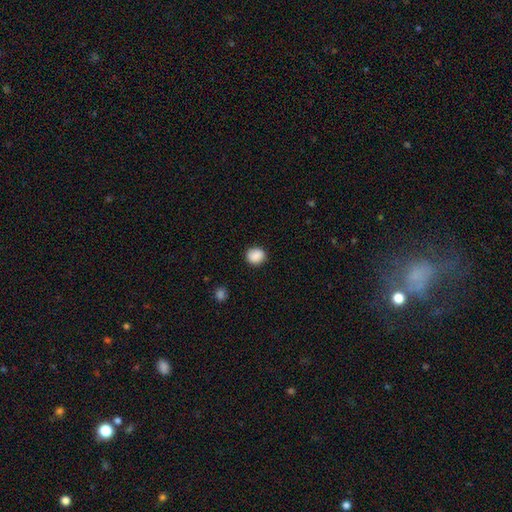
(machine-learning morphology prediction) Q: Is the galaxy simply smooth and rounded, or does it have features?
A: smooth — 89%.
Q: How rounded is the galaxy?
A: round — 77%.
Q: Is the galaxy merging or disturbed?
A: none — 88%.